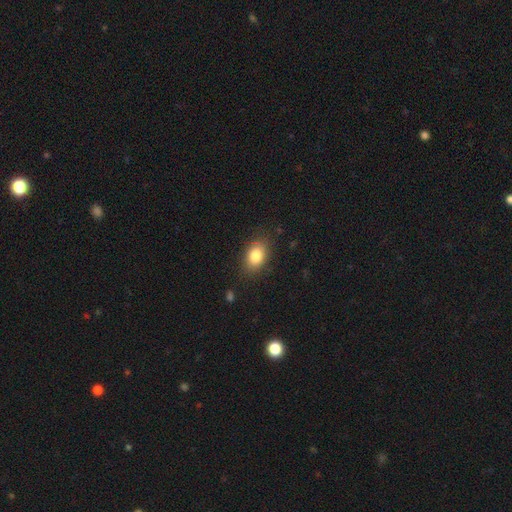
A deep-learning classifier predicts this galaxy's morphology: The model was most divided on "how rounded": in between: 80%, round: 18%, cigar-shaped: 1%. More confident: smooth or featured — smooth (83%); merging — none (83%).